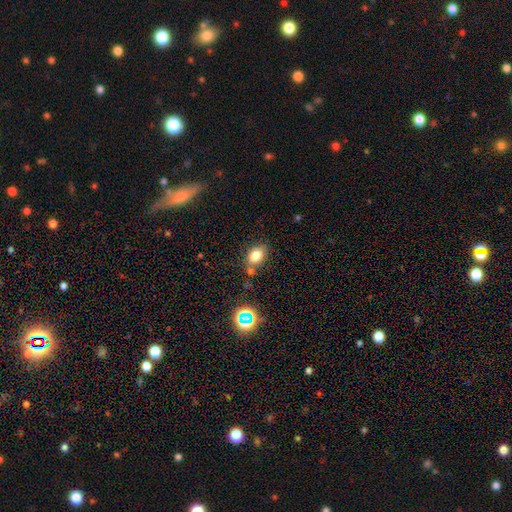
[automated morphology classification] The model was most divided on "how rounded": in between: 75%, round: 24%, cigar-shaped: 1%. More confident: smooth or featured — smooth (78%); merging — none (69%).